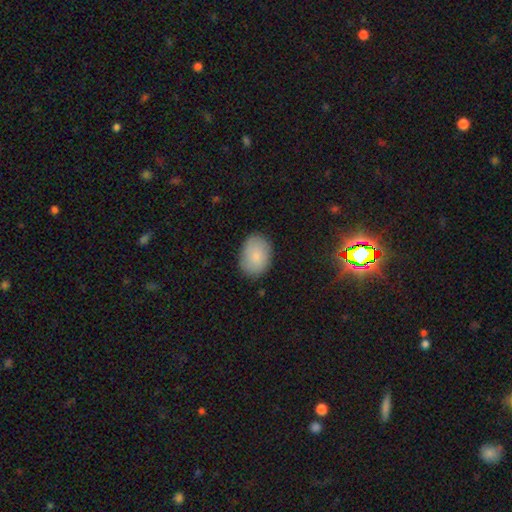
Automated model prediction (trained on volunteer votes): Smooth or featured? smooth (81%)
How rounded? in between (75%)
Merging? none (84%)